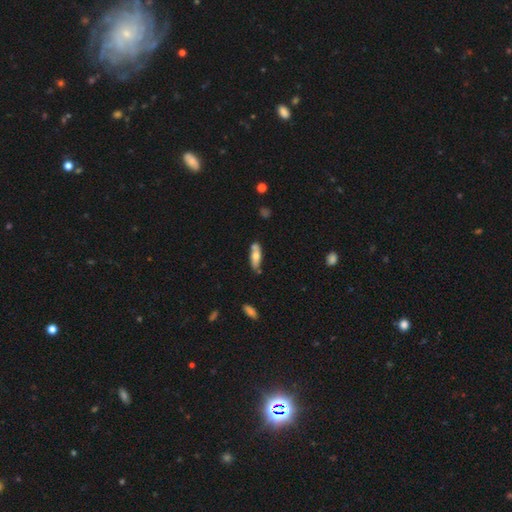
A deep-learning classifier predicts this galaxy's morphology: This is likely a smooth galaxy (63%). How rounded: possibly in between (53%). Merging: likely none (62%).